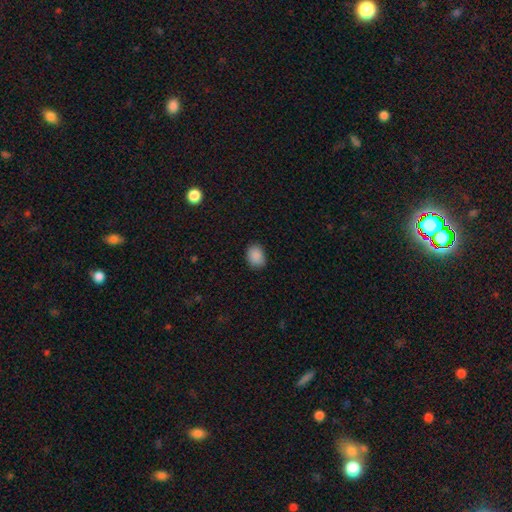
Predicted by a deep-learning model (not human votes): The model was most divided on "how rounded": in between: 65%, round: 34%, cigar-shaped: 1%. More confident: smooth or featured — smooth (89%); merging — none (84%).